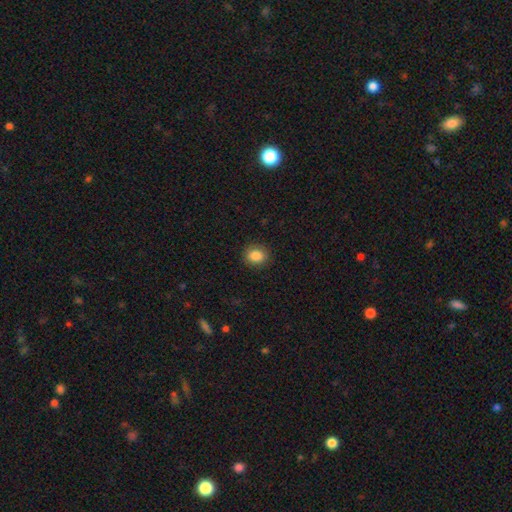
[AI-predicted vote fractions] smooth 87%, star or artifact 9%, featured or disk 4%. Down the decision tree: how rounded — round (64%); merging — none (89%).